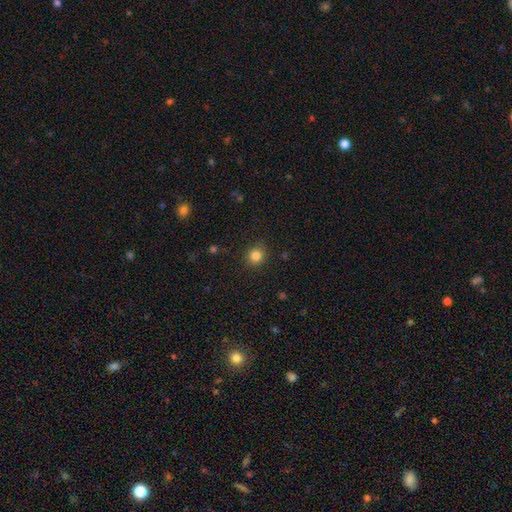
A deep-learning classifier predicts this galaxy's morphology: smooth-or-featured: smooth: 83% | star or artifact: 12% | featured or disk: 5%
  how-rounded: round: 86% | in between: 13% | cigar-shaped: 1%
  merging: none: 88% | minor disturbance: 8% | major disturbance: 3% | merger: 1%